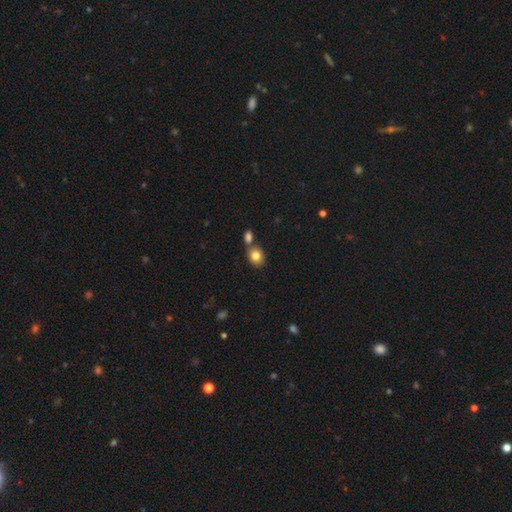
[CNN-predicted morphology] Overall: smooth (82%). How rounded: round (59%; in between 40%). Merging: none (54%; merger 32%).